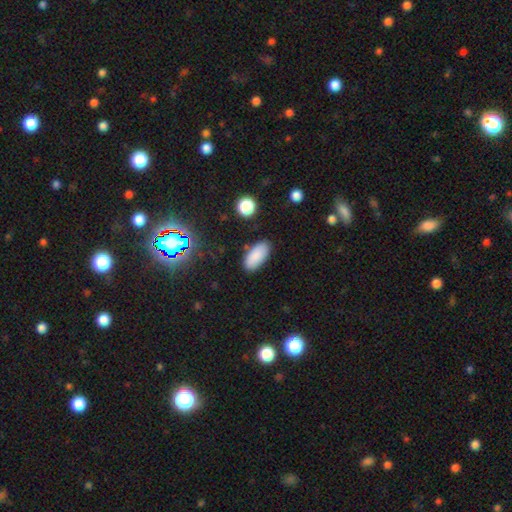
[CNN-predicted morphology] Overall: smooth (86%). How rounded: in between (92%). Merging: none (84%).